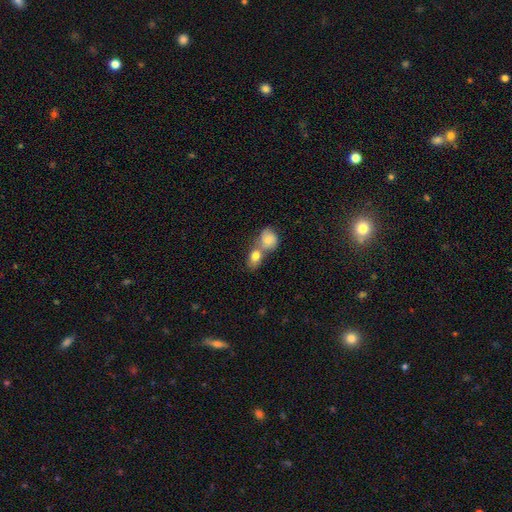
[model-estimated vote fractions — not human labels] A smooth galaxy with no disk features (80%) that is in between round and cigar-shaped (67%).

Vote fractions:
- Smooth or featured? smooth: 80% / featured or disk: 13% / star or artifact: 8%
- How rounded? in between: 67% / round: 31% / cigar-shaped: 3%
- Merging? merger: 63% / none: 26% / minor disturbance: 8% / major disturbance: 4%